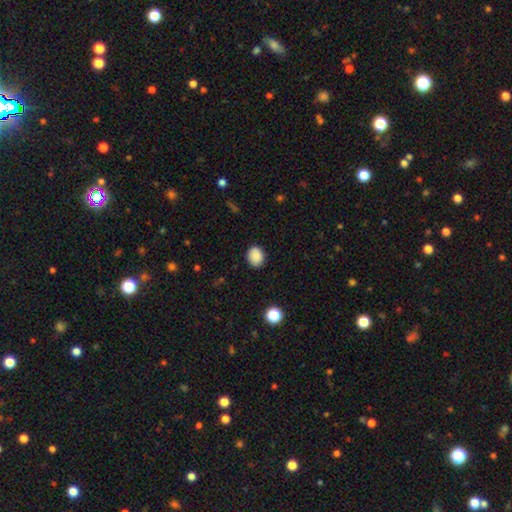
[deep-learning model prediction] Smooth or featured: smooth — 88% (star or artifact — 9%)
How rounded: round — 53% (in between — 46%)
Merging: none — 88% (minor disturbance — 9%)